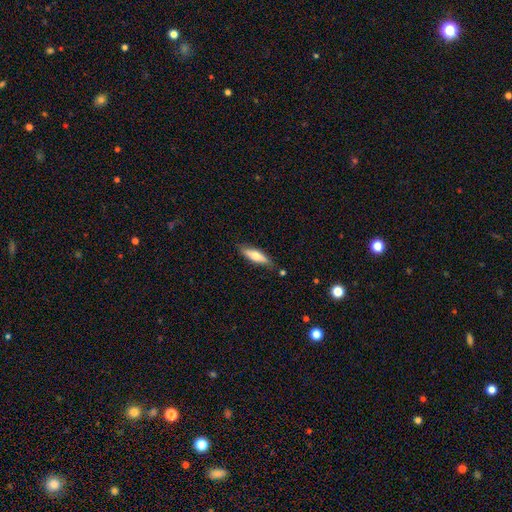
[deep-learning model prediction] A smooth galaxy with no disk features (64%) that is cigar-shaped (57%).

Vote fractions:
- Smooth or featured? smooth: 64% / featured or disk: 30% / star or artifact: 6%
- How rounded? cigar-shaped: 57% / in between: 42% / round: 2%
- Merging? none: 80% / minor disturbance: 15% / merger: 3% / major disturbance: 3%